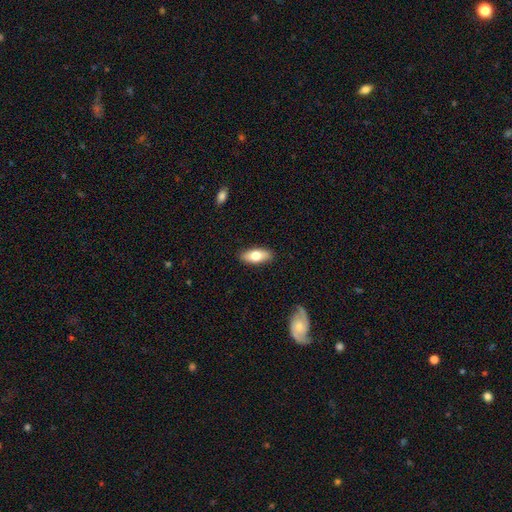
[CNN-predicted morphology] smooth 72%, featured or disk 22%, star or artifact 6%. Down the decision tree: how rounded — in between (82%); merging — none (88%).